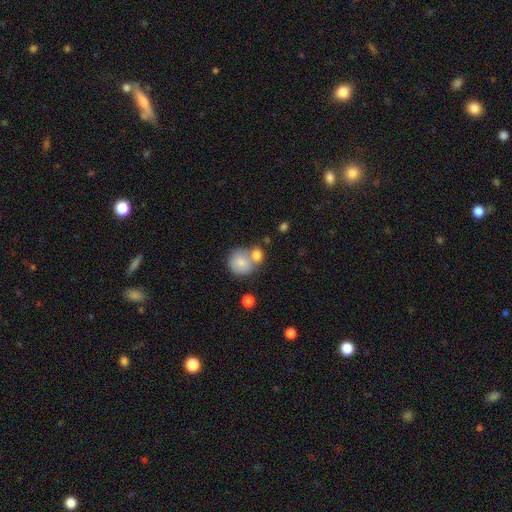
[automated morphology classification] This appears to be a smooth galaxy with no disk features (78%) that is round (83%). Merging: merger (46%).